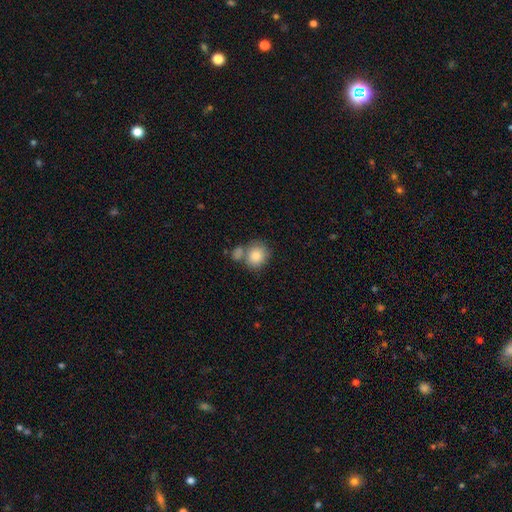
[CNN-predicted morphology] Smooth or featured: smooth — 82% (featured or disk — 10%)
How rounded: round — 73% (in between — 26%)
Merging: none — 50% (merger — 31%)